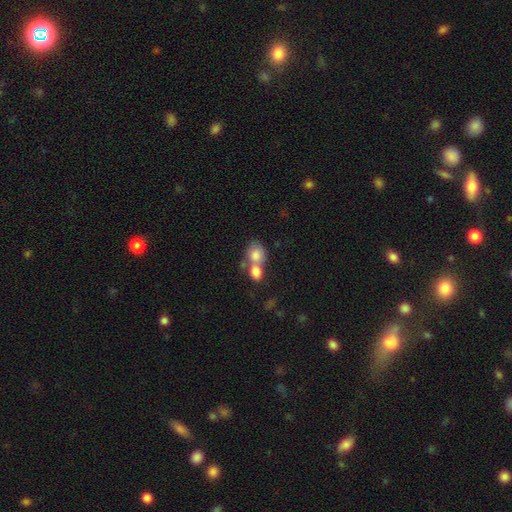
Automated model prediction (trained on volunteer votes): Smooth or featured: smooth — 80% (featured or disk — 12%)
How rounded: in between — 51% (round — 48%)
Merging: merger — 65% (none — 23%)